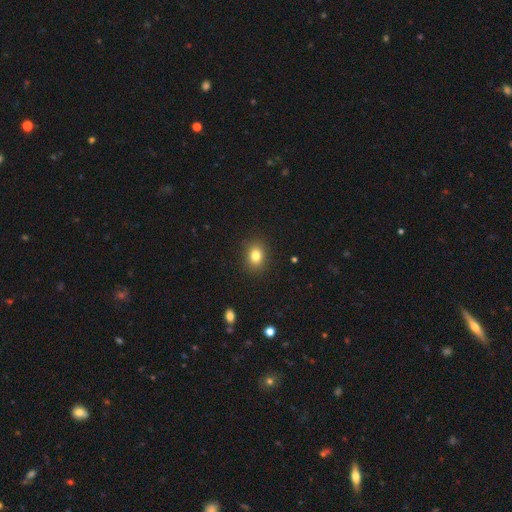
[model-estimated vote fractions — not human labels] A smooth galaxy with no disk features (82%) that is in between round and cigar-shaped (52%). Merging: none (89%).